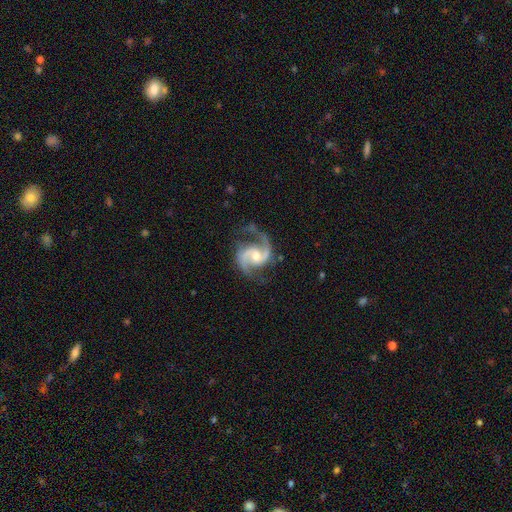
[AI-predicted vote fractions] A featured or disk galaxy (93%) with no bar (44%), 2 (92%) medium (62%) spiral arms (98%) and a moderate central bulge (55%).

Vote fractions:
- Smooth or featured? featured or disk: 93% / star or artifact: 4% / smooth: 3%
- Edge-on disk? no: 98% / yes: 2%
- Bar? no: 44% / weak: 43% / strong: 13%
- Spiral arms? yes: 98% / no: 2%
- Spiral winding? medium: 62% / loose: 24% / tight: 14%
- Spiral arm count? 2: 92% / 3: 2% / can't tell: 2% / 1: 2% / 4: 1% / more than 4: 1%
- Bulge size? moderate: 55% / small: 39% / large: 3% / none: 2% / dominant: 1%
- Merging? none: 72% / minor disturbance: 18% / major disturbance: 9% / merger: 2%